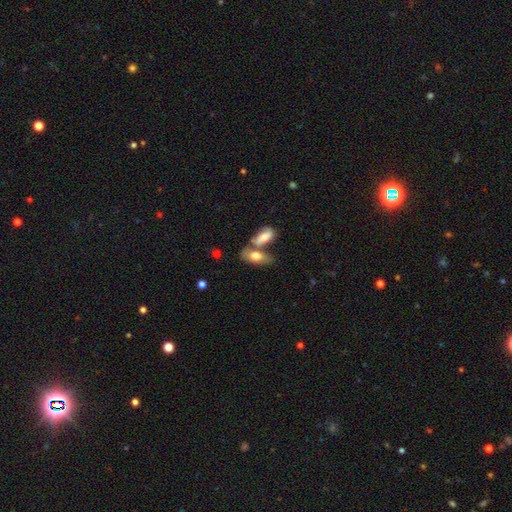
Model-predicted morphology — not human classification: A smooth galaxy with no disk features (70%) that is in between round and cigar-shaped (84%).

Vote fractions:
- Smooth or featured? smooth: 70% / featured or disk: 23% / star or artifact: 6%
- How rounded? in between: 84% / cigar-shaped: 12% / round: 4%
- Merging? merger: 52% / none: 33% / minor disturbance: 10% / major disturbance: 4%